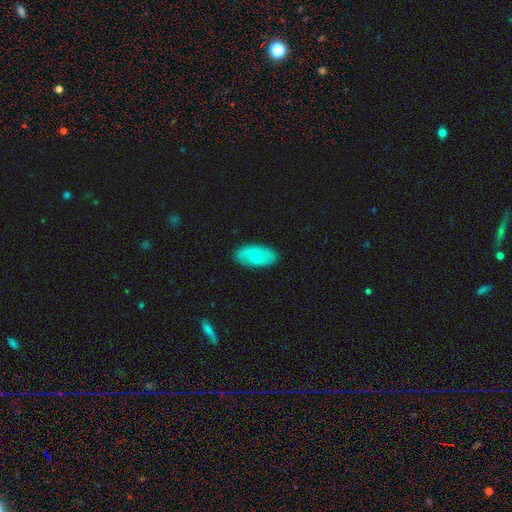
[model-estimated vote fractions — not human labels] The model was most divided on "smooth or featured": featured or disk: 50%, smooth: 43%, star or artifact: 6%. More confident: edge-on disk — no (91%); merging — none (86%).